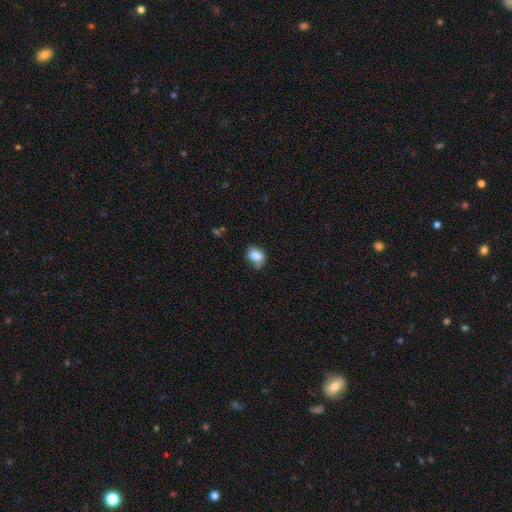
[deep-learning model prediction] Morphology: type=smooth (84%); roundness=in between (59%); merging=none (57%).